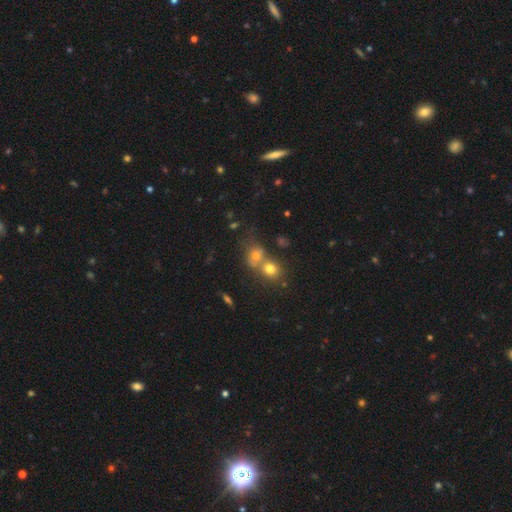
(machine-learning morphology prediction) Smooth or featured: smooth — 67% (star or artifact — 18%)
How rounded: round — 67% (in between — 31%)
Merging: merger — 51% (none — 35%)